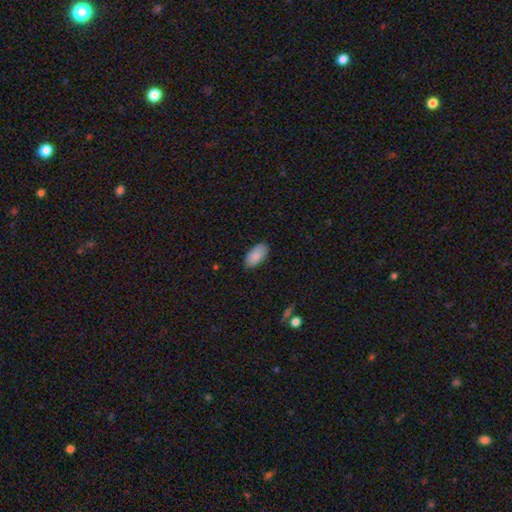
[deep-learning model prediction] Smooth or featured: smooth — 88% (star or artifact — 7%)
How rounded: in between — 95% (cigar-shaped — 3%)
Merging: none — 83% (minor disturbance — 14%)